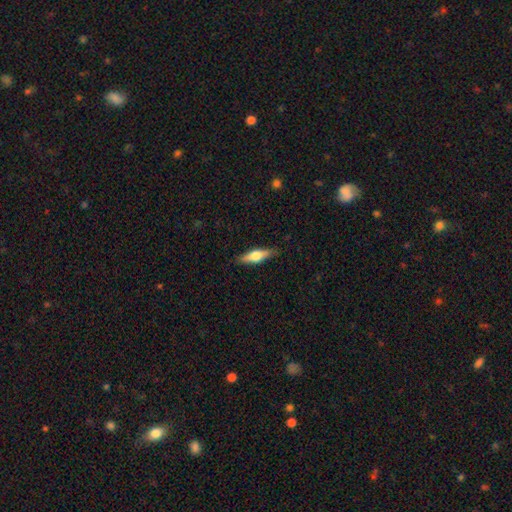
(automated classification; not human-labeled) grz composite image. It shows a smooth galaxy with no disk features (49%). Merging: none (86%).